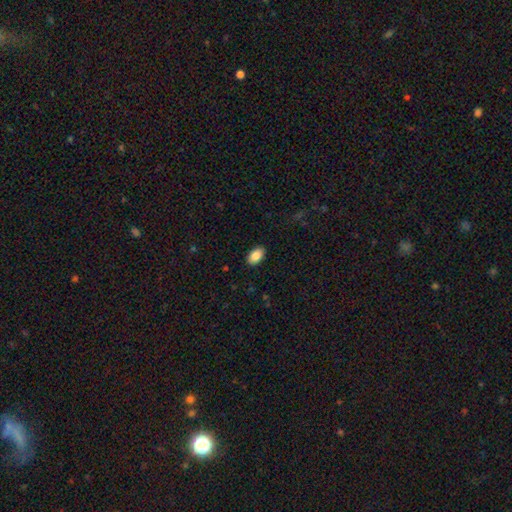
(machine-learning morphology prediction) Smooth or featured? Predicted: smooth (p=0.88). How rounded? Predicted: in between (p=0.93). Merging? Predicted: none (p=0.89).